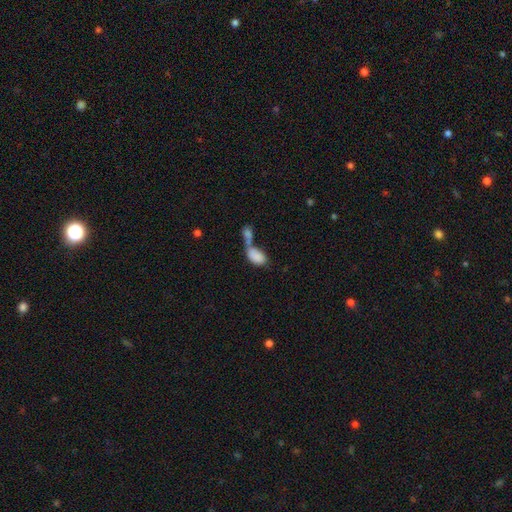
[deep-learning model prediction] A smooth galaxy with no disk features (83%) that is in between round and cigar-shaped (91%).

Vote fractions:
- Smooth or featured? smooth: 83% / featured or disk: 10% / star or artifact: 7%
- How rounded? in between: 91% / round: 6% / cigar-shaped: 2%
- Merging? merger: 68% / none: 17% / minor disturbance: 8% / major disturbance: 7%